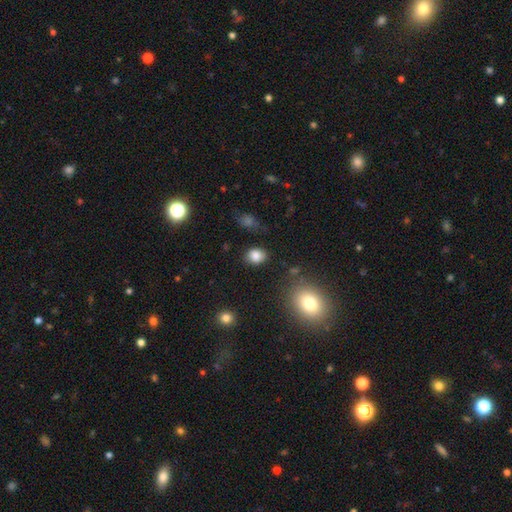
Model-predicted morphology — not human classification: A smooth galaxy with no disk features (83%) that is in between round and cigar-shaped (51%). Merging: none (81%).